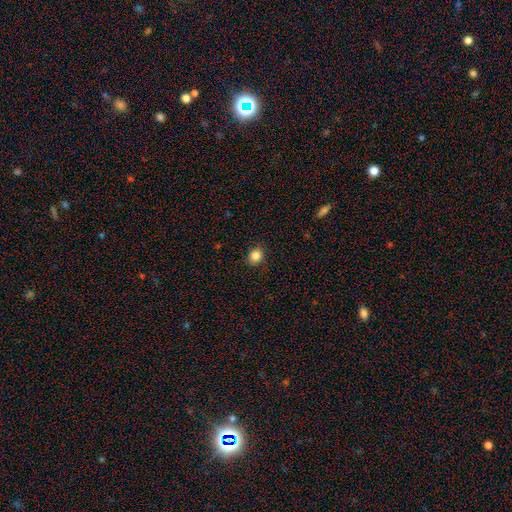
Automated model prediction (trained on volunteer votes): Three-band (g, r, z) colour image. It shows a smooth galaxy with no disk features (84%) that is round (73%). Merging: none (89%).